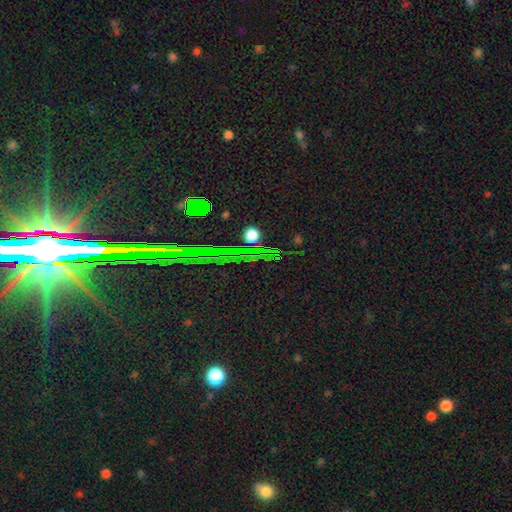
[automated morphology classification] Smooth or featured? star or artifact (81%)